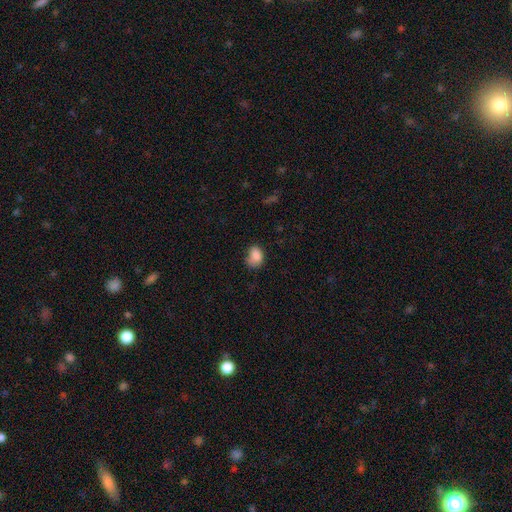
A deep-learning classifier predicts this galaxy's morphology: smooth 83%, star or artifact 9%, featured or disk 7%. Down the decision tree: how rounded — in between (73%); merging — none (50%).